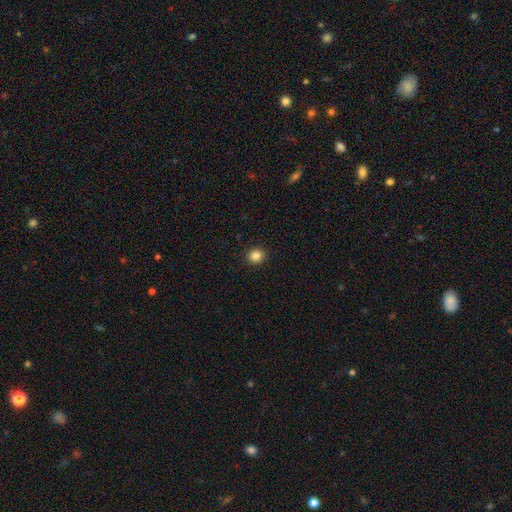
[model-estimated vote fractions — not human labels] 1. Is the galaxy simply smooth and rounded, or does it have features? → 84% smooth, 11% star or artifact, 5% featured or disk.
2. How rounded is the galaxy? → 82% round, 17% in between, 1% cigar-shaped.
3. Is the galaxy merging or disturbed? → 92% none, 6% minor disturbance, 2% major disturbance, 1% merger.